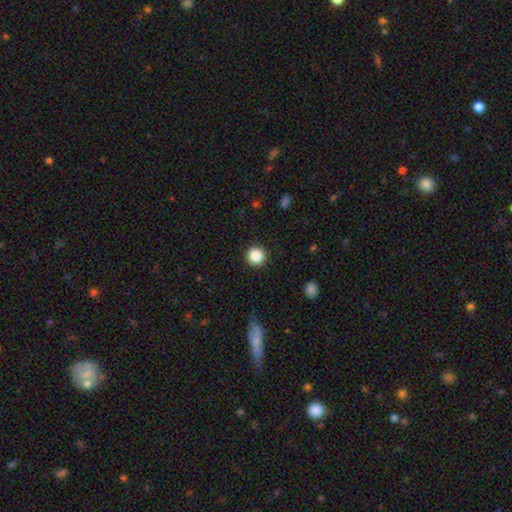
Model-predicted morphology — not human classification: smooth_or_featured: smooth (p=0.87) [alt: star or artifact p=0.10]
how_rounded: round (p=0.96) [alt: in between p=0.03]
merging: none (p=0.92) [alt: minor disturbance p=0.05]